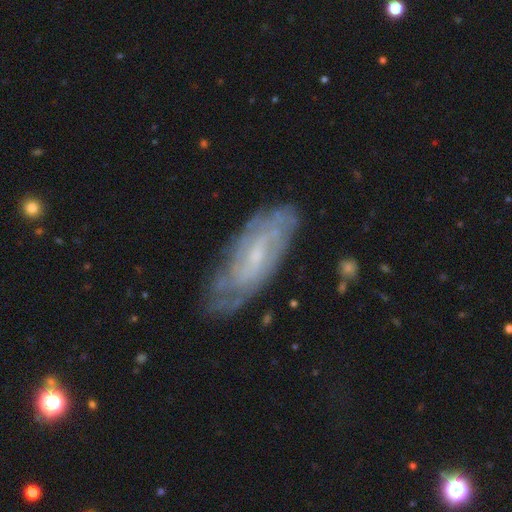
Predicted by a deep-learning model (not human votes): Smooth or featured?
  - featured or disk: 75% *
  - smooth: 18%
  - star or artifact: 7%
Edge-on disk?
  - no: 88% *
  - yes: 12%
Bar?
  - weak: 46% *
  - no: 42%
  - strong: 11%
Spiral arms?
  - yes: 87% *
  - no: 13%
Spiral winding?
  - tight: 64% *
  - medium: 27%
  - loose: 9%
Spiral arm count?
  - can't tell: 59% *
  - 2: 16%
  - 3: 8%
  - 4: 8%
  - more than 4: 5%
  - 1: 4%
Bulge size?
  - small: 69% *
  - moderate: 21%
  - none: 8%
  - large: 1%
  - dominant: 1%
Merging?
  - none: 73% *
  - minor disturbance: 20%
  - major disturbance: 6%
  - merger: 2%